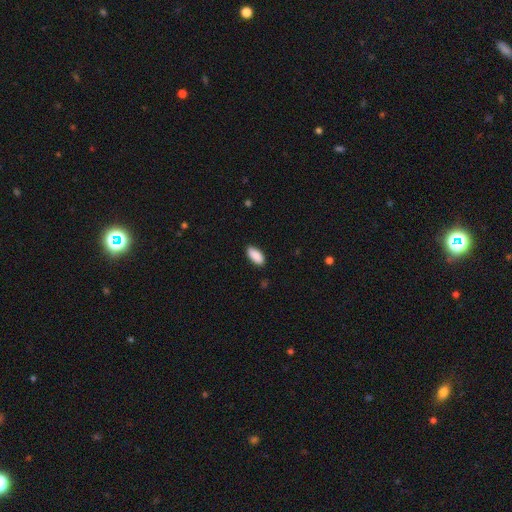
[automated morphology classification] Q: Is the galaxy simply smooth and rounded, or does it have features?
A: smooth — 90%.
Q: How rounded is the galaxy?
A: in between — 90%.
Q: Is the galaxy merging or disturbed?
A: none — 86%.